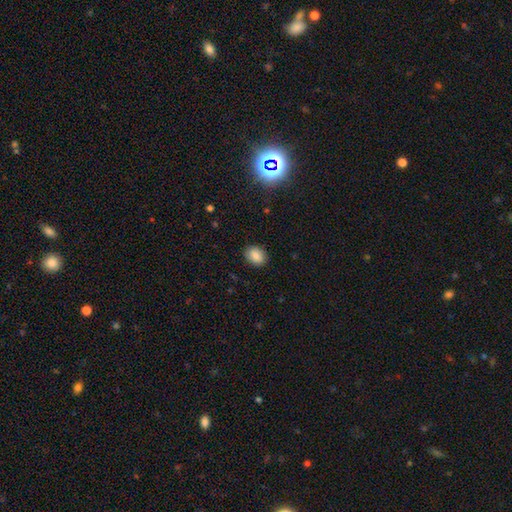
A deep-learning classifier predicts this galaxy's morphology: A smooth galaxy with no disk features (87%) that is in between round and cigar-shaped (63%). Merging: none (87%).